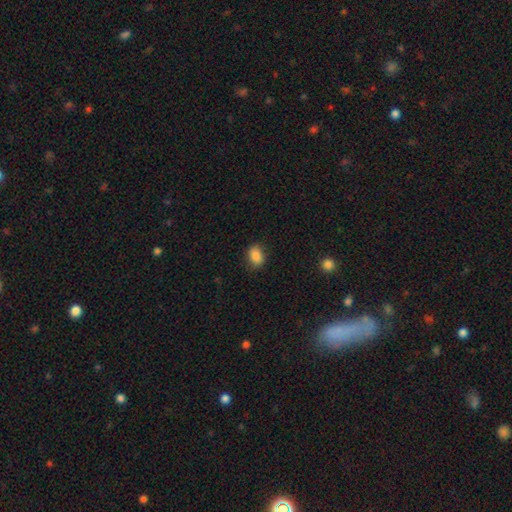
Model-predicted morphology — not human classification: Smooth or featured? smooth (87%)
How rounded? in between (74%)
Merging? none (84%)